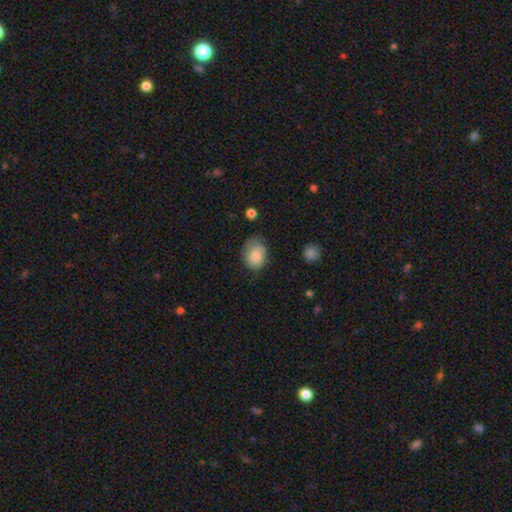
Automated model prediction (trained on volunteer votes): Smooth or featured? Predicted: smooth (p=0.84). How rounded? Predicted: in between (p=0.67). Merging? Predicted: none (p=0.56).